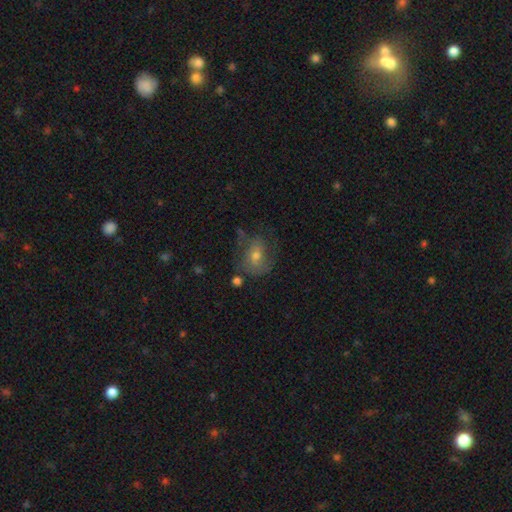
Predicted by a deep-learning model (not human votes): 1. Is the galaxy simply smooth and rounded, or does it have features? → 48% featured or disk, 39% smooth, 12% star or artifact.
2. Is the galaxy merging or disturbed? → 55% none, 24% minor disturbance, 17% major disturbance, 4% merger.